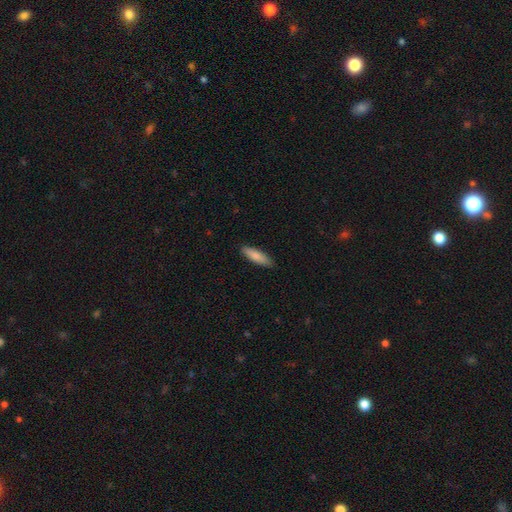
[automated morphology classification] This is clearly a smooth galaxy (84%). How rounded: possibly cigar-shaped (58%). Merging: clearly none (89%).